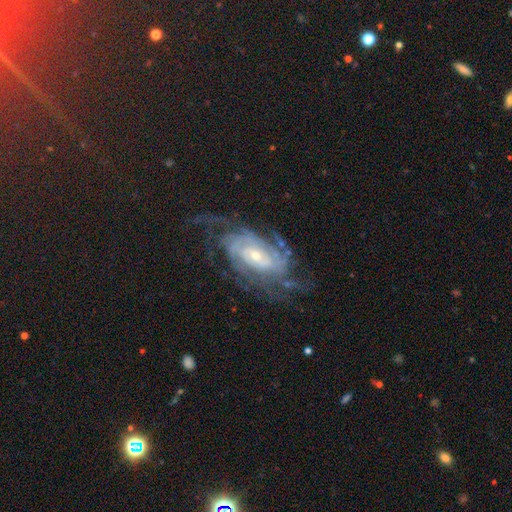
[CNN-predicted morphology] This appears to be a featured or disk galaxy (88%) with no bar (53%), tight (60%) spiral arms (96%) and a small central bulge (60%). Merging: none (65%).